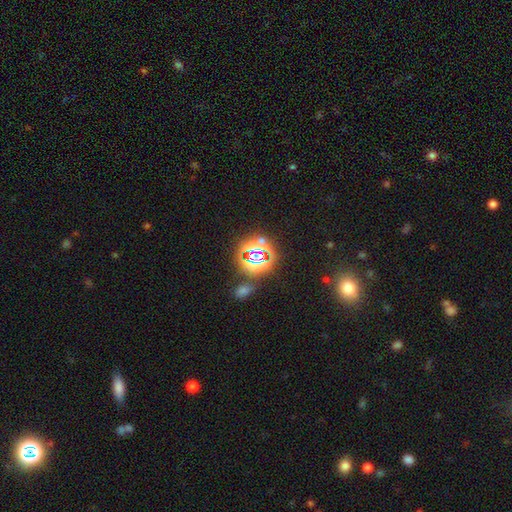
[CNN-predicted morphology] Smooth or featured: star or artifact — 71% (smooth — 21%)